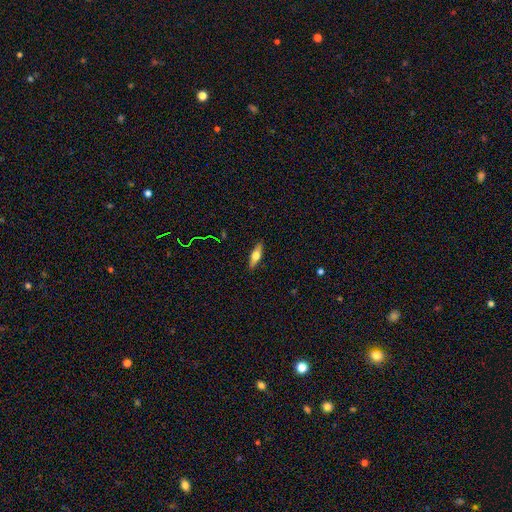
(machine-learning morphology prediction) Overall: smooth (48%; featured or disk 45%). Merging: none (88%).